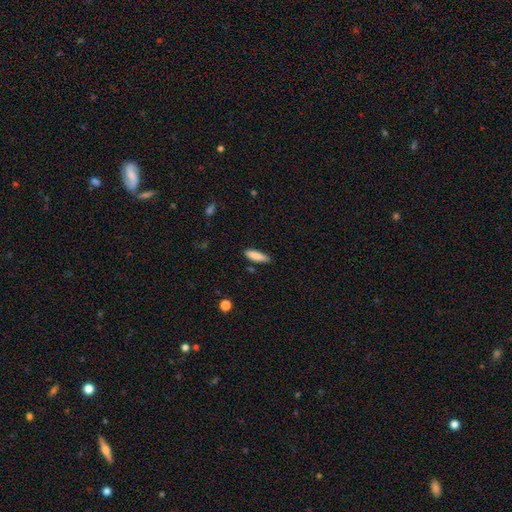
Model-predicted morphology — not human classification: Smooth or featured: smooth — 85% (featured or disk — 8%)
How rounded: cigar-shaped — 63% (in between — 35%)
Merging: none — 81% (minor disturbance — 14%)